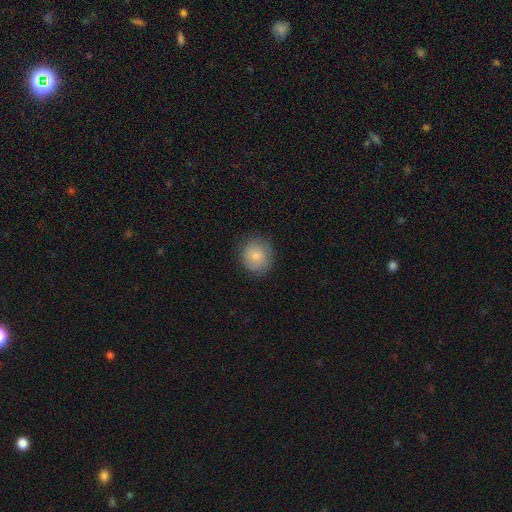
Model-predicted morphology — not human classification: Smooth or featured? Predicted: smooth (p=0.82). How rounded? Predicted: round (p=0.86). Merging? Predicted: none (p=0.82).